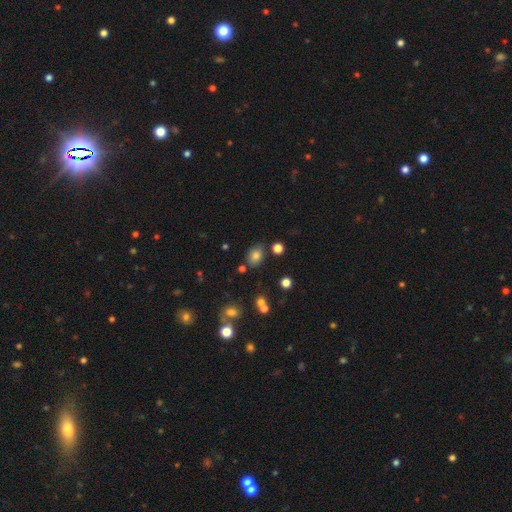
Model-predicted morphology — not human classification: This is likely a smooth galaxy (79%). How rounded: possibly in between (59%). Merging: likely none (76%).